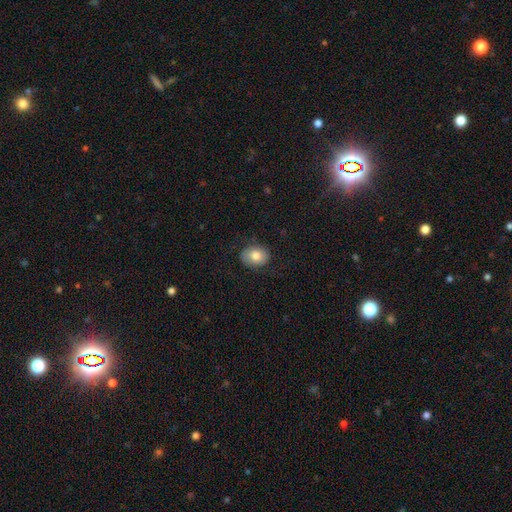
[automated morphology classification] smooth_or_featured: smooth (p=0.77) [alt: featured or disk p=0.15]
how_rounded: in between (p=0.66) [alt: round p=0.33]
merging: none (p=0.78) [alt: minor disturbance p=0.16]